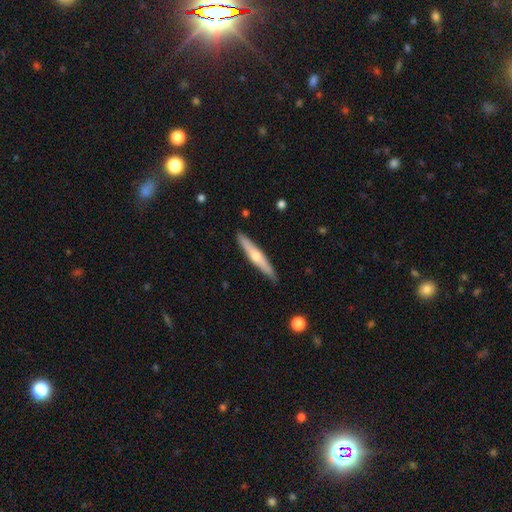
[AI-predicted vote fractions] Q: Smooth or featured?
A: featured or disk (52%); runner-up: smooth (43%)
Q: Edge-on disk?
A: yes (93%); runner-up: no (7%)
Q: Merging?
A: none (88%); runner-up: minor disturbance (9%)